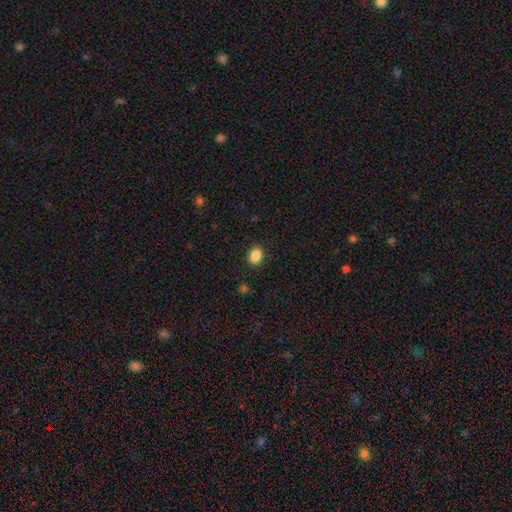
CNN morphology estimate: type=smooth (88%); roundness=in between (64%); merging=none (89%).